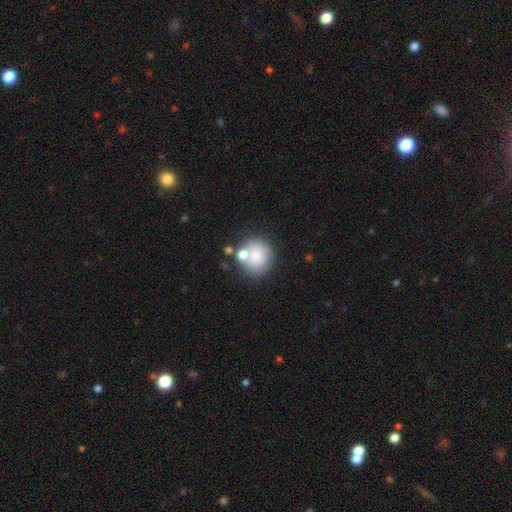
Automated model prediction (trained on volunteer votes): Smooth or featured? smooth (76%)
How rounded? round (81%)
Merging? none (57%)